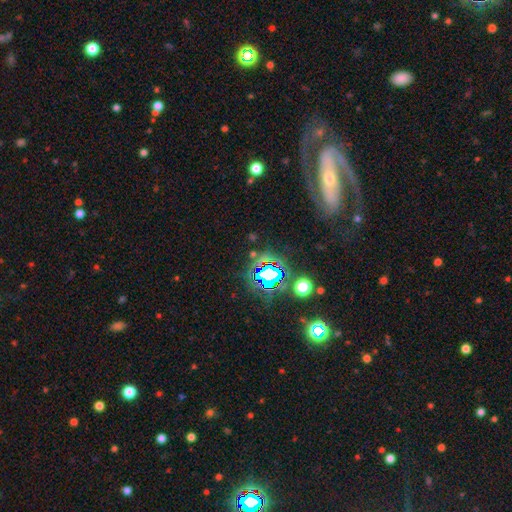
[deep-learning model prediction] This appears to be a star or artifact, not a galaxy (57%).